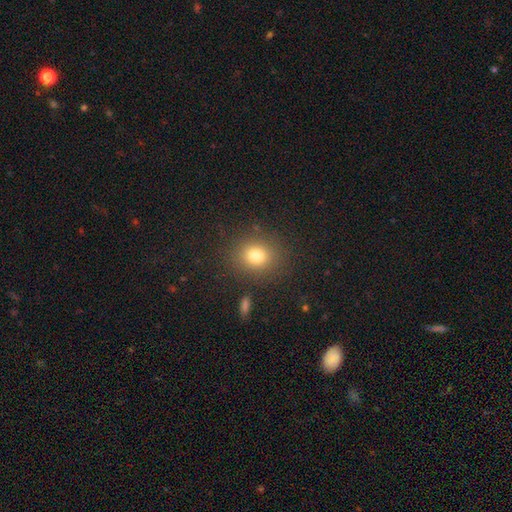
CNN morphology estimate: smooth_or_featured: smooth (p=0.77) [alt: star or artifact p=0.14]
how_rounded: round (p=0.73) [alt: in between p=0.26]
merging: none (p=0.86) [alt: minor disturbance p=0.08]